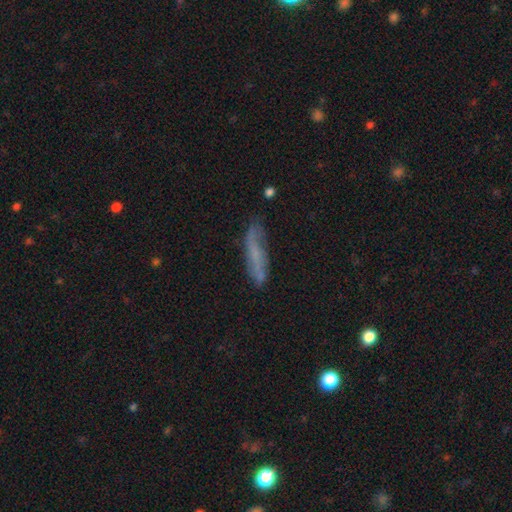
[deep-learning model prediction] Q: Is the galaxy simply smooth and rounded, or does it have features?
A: smooth — 49%.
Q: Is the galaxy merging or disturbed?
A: none — 67%.